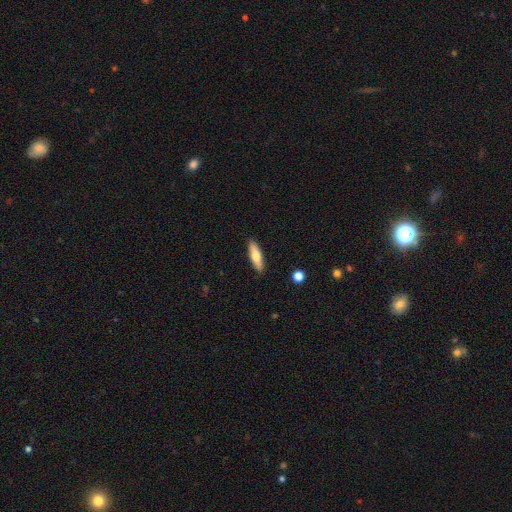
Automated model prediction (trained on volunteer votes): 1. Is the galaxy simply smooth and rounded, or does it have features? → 65% smooth, 29% featured or disk, 6% star or artifact.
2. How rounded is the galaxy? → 56% cigar-shaped, 41% in between, 2% round.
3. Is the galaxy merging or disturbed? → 89% none, 8% minor disturbance, 2% major disturbance, 1% merger.